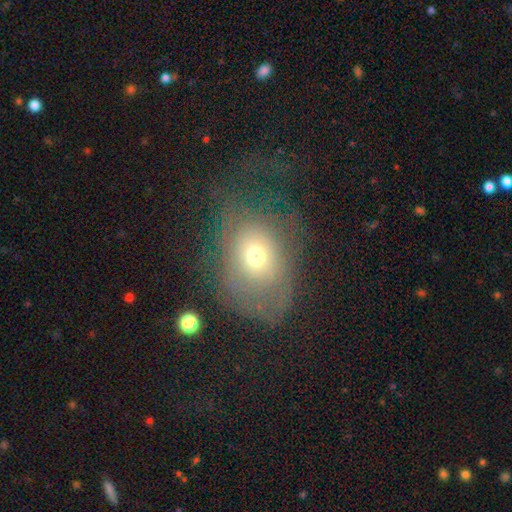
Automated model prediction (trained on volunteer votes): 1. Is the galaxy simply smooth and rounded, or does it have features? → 57% smooth, 30% featured or disk, 13% star or artifact.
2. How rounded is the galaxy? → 57% in between, 42% round, 1% cigar-shaped.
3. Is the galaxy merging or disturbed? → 40% major disturbance, 37% none, 21% minor disturbance, 2% merger.